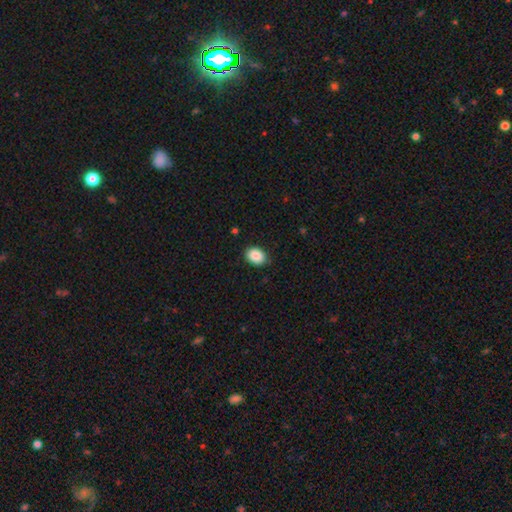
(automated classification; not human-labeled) smooth 88%, star or artifact 8%, featured or disk 4%. Down the decision tree: how rounded — in between (66%); merging — none (86%).